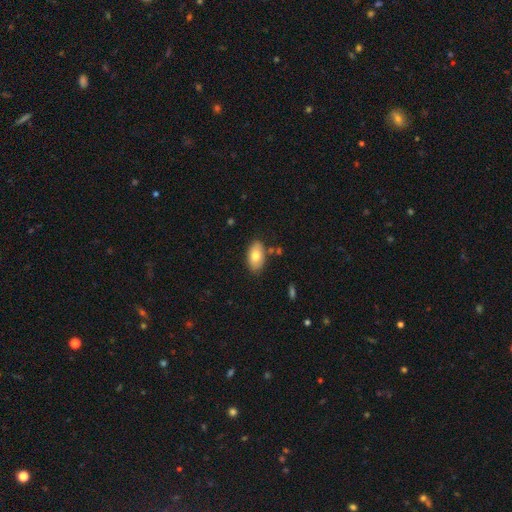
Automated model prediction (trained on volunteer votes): Q: Smooth or featured?
A: smooth (76%); runner-up: featured or disk (18%)
Q: How rounded?
A: in between (94%); runner-up: round (4%)
Q: Merging?
A: none (81%); runner-up: minor disturbance (13%)